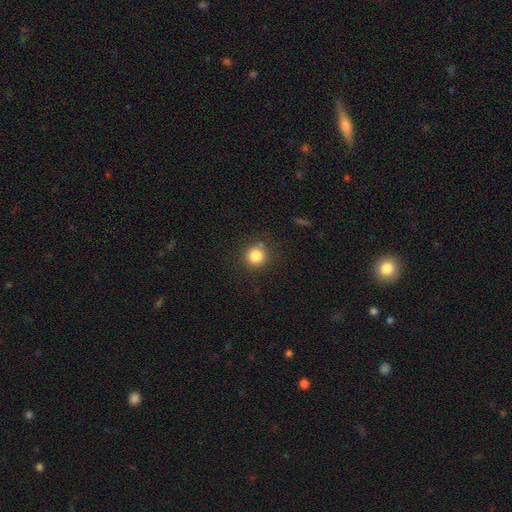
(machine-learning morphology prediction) smooth 83%, star or artifact 11%, featured or disk 5%. Down the decision tree: how rounded — round (92%); merging — none (84%).